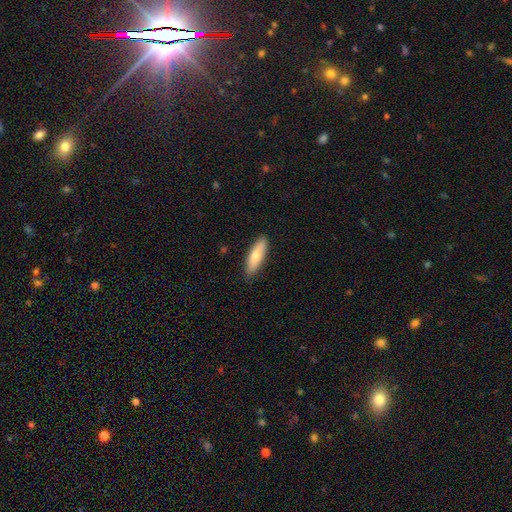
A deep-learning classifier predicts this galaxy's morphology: Smooth or featured? Predicted: smooth (p=0.73). How rounded? Predicted: cigar-shaped (p=0.52). Merging? Predicted: none (p=0.87).